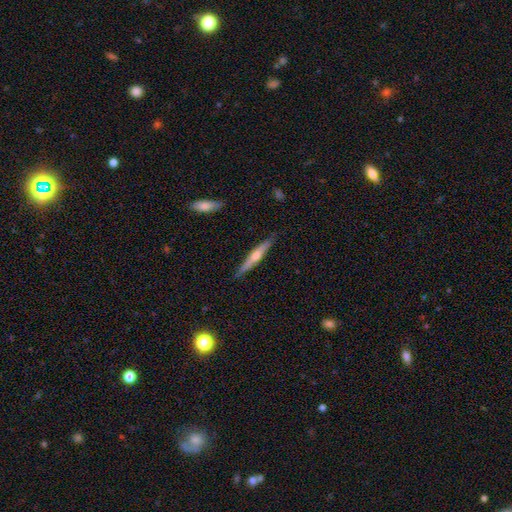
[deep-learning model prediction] The model was most divided on "smooth or featured": featured or disk: 58%, smooth: 36%, star or artifact: 6%. More confident: edge-on disk — yes (96%); merging — none (87%); edge-on bulge — rounded (82%).